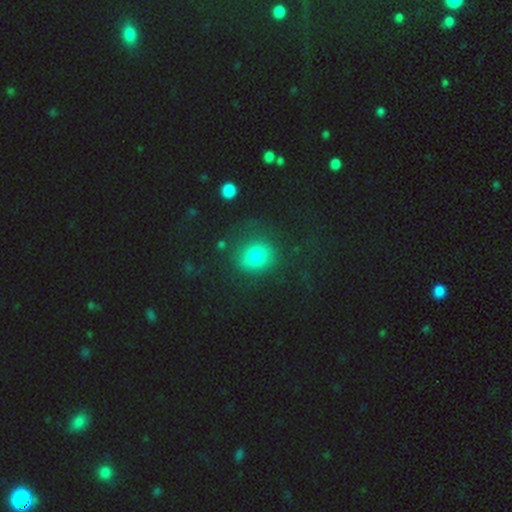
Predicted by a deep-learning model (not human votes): smooth 73%, star or artifact 18%, featured or disk 9%. Down the decision tree: how rounded — round (75%); merging — none (72%).